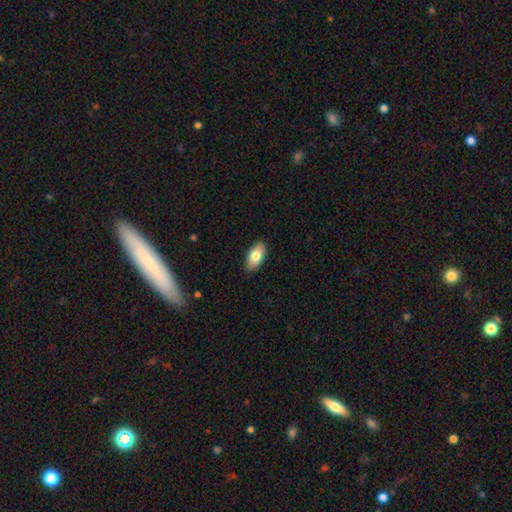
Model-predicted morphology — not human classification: type=smooth (79%); roundness=in between (93%); merging=none (89%).